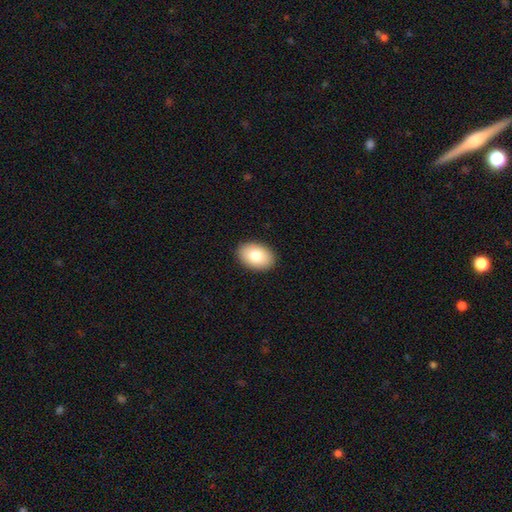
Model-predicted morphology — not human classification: smooth_or_featured: smooth (p=0.81) [alt: featured or disk p=0.12]
how_rounded: in between (p=0.87) [alt: round p=0.12]
merging: none (p=0.90) [alt: minor disturbance p=0.07]